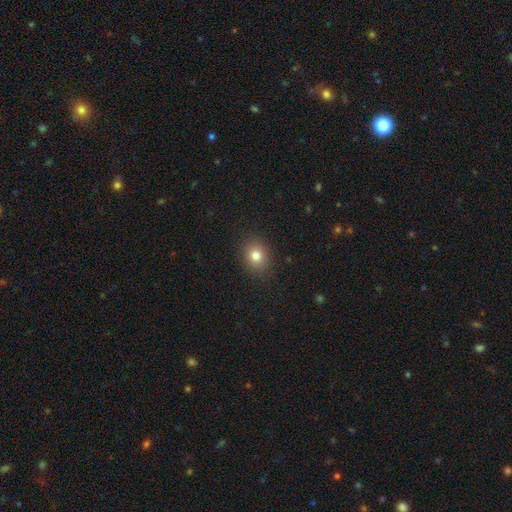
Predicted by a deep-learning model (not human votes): This appears to be a smooth galaxy with no disk features (79%) that is round (62%). Merging: none (89%).